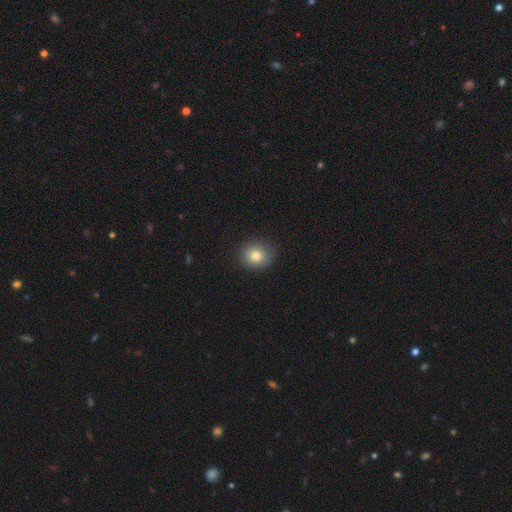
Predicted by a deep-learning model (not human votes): Smooth or featured? Predicted: smooth (p=0.80). How rounded? Predicted: round (p=0.79). Merging? Predicted: none (p=0.88).